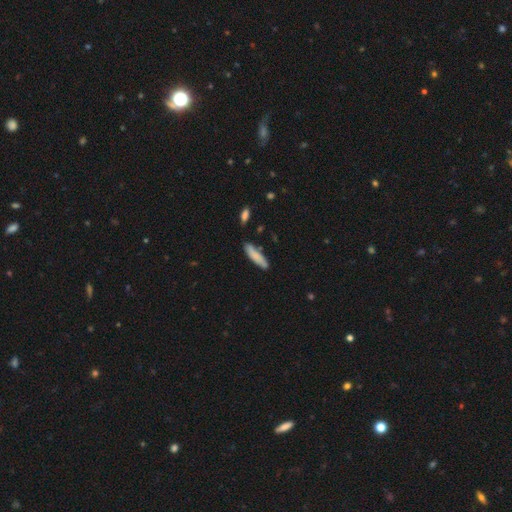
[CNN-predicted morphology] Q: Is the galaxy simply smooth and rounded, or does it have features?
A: smooth — 82%.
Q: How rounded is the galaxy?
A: cigar-shaped — 72%.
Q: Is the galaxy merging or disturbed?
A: none — 76%.